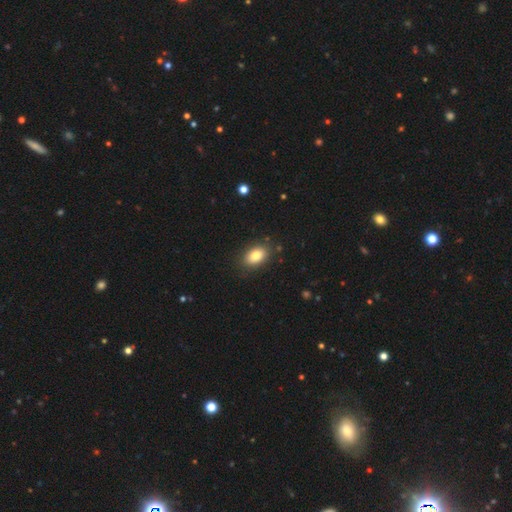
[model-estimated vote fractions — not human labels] This is clearly a smooth galaxy (83%). How rounded: clearly in between (88%). Merging: clearly none (86%).